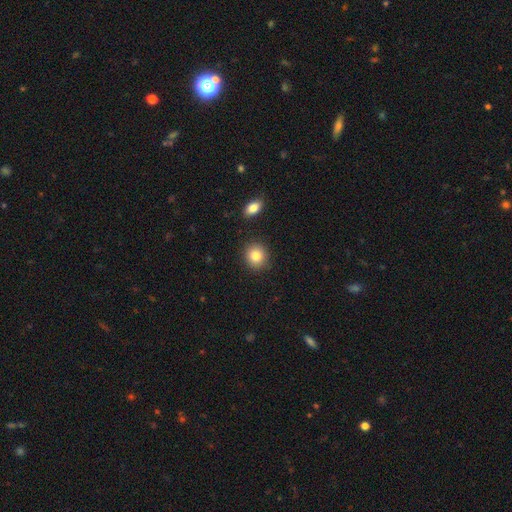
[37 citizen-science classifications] Morphology: type=smooth (89%); roundness=round (91%); merging=none (89%).